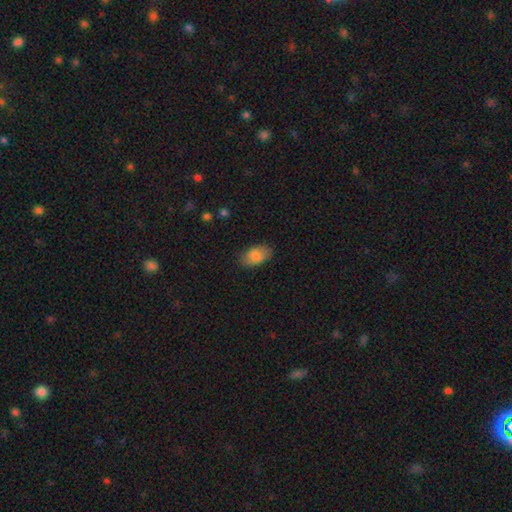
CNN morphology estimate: Smooth or featured? smooth (85%)
How rounded? in between (92%)
Merging? none (83%)